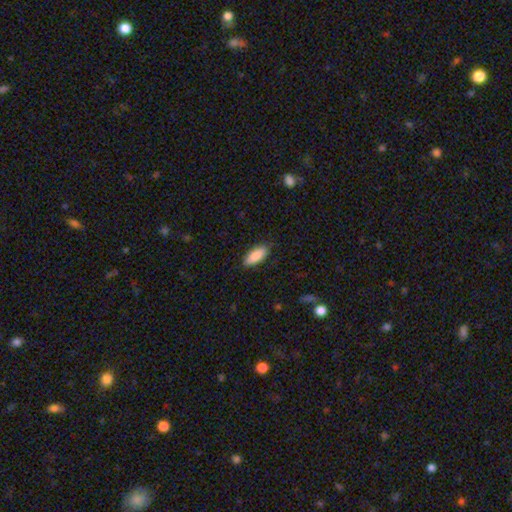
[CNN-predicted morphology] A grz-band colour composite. It shows a smooth galaxy with no disk features (88%) that is in between round and cigar-shaped (81%). Merging: none (86%).